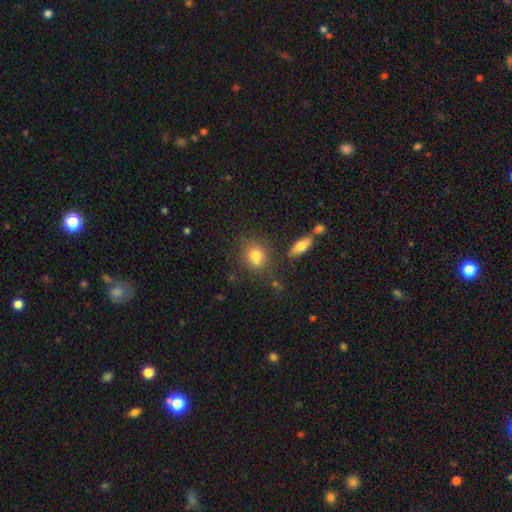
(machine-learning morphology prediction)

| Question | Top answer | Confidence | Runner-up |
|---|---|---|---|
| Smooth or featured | smooth | 77% | star or artifact (12%) |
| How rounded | round | 68% | in between (30%) |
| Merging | none | 67% | merger (14%) |